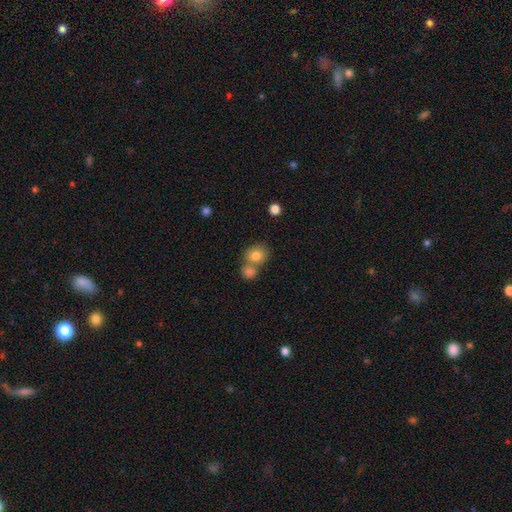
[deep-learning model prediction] Morphology: type=smooth (81%); roundness=round (70%); merging=merger (45%).